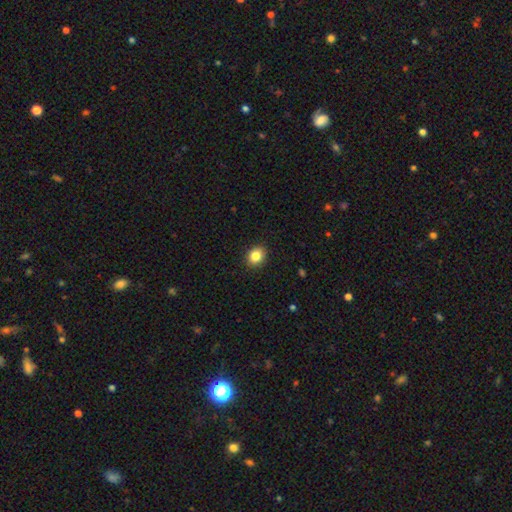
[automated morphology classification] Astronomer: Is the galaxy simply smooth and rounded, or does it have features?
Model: smooth — 84%.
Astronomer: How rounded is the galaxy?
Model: round — 61% (runner-up: in between, 38%).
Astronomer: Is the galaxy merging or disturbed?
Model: none — 90%.